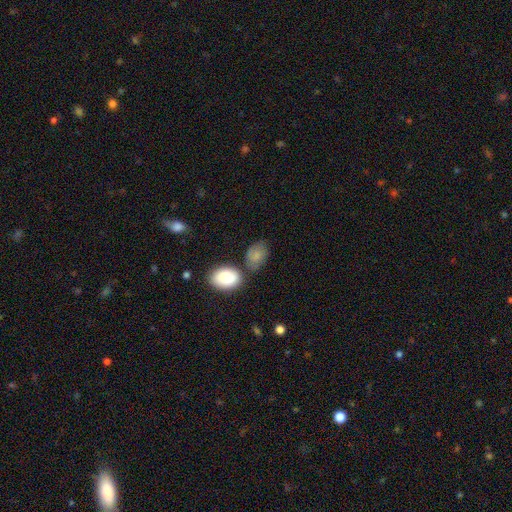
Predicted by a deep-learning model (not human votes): Q: Smooth or featured?
A: smooth (77%); runner-up: featured or disk (15%)
Q: How rounded?
A: in between (77%); runner-up: round (21%)
Q: Merging?
A: none (54%); runner-up: minor disturbance (23%)